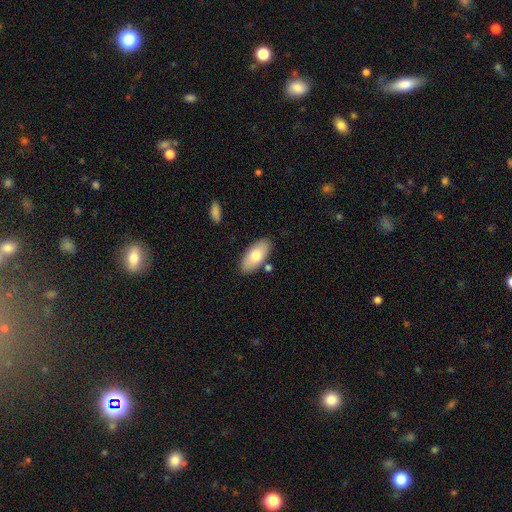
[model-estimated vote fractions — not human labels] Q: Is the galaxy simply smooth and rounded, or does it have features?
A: smooth — 74%.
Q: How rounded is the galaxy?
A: in between — 92%.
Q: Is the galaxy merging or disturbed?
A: none — 83%.